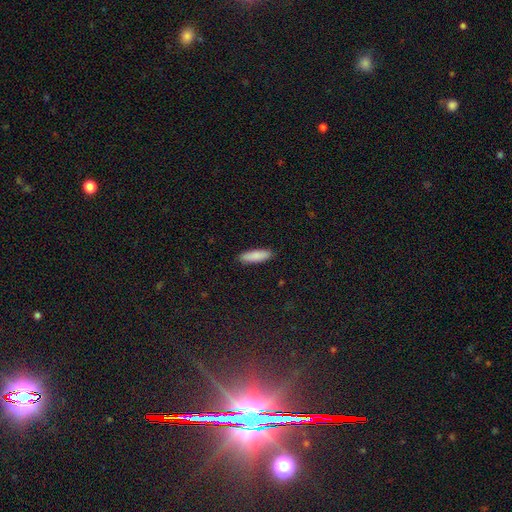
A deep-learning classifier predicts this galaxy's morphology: This is clearly a smooth galaxy (88%). How rounded: possibly cigar-shaped (59%). Merging: clearly none (90%).